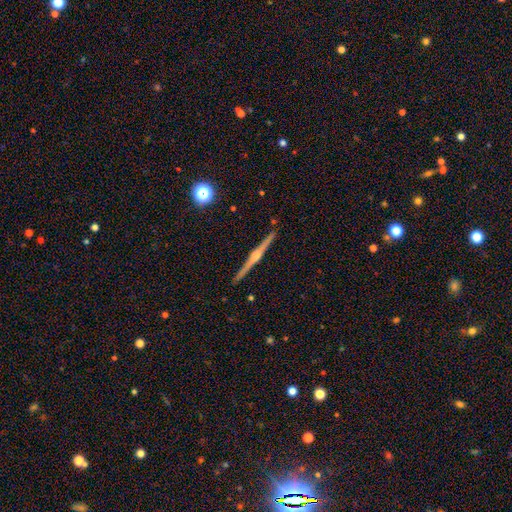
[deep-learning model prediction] smooth-or-featured: featured or disk: 84% | smooth: 10% | star or artifact: 6%
  disk-edge-on: yes: 99% | no: 1%
    edge-on-bulge: rounded: 83% | boxy: 10% | none: 7%
  merging: none: 93% | minor disturbance: 5% | major disturbance: 1% | merger: 1%